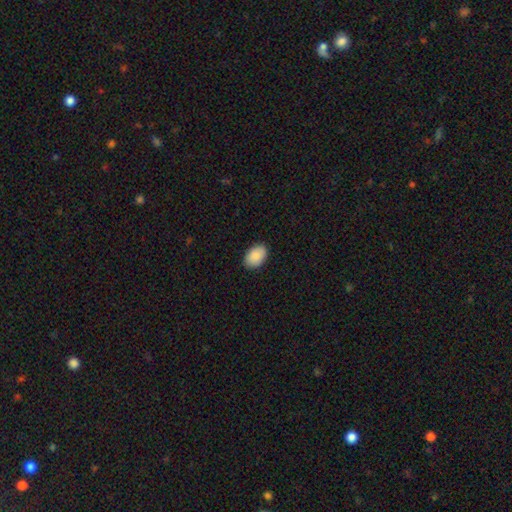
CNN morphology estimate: This appears to be a smooth galaxy with no disk features (90%) that is in between round and cigar-shaped (90%). Merging: none (88%).